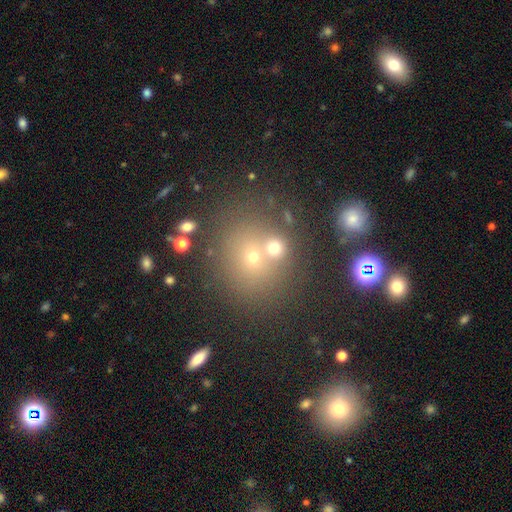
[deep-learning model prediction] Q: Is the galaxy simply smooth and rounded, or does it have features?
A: smooth — 59%.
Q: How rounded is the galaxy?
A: round — 79%.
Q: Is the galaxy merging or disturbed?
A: none — 58%.